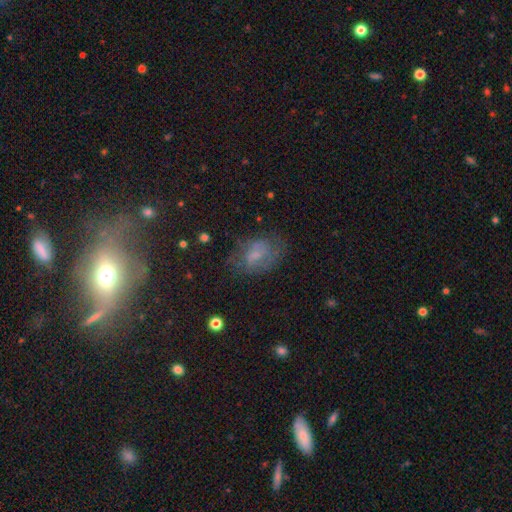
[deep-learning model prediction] A smooth galaxy with no disk features (45%). Merging: none (59%).